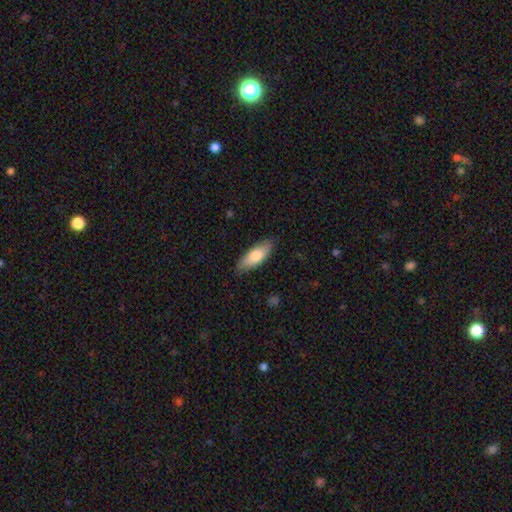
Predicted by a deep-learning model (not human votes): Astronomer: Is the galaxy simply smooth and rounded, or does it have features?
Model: smooth — 76%.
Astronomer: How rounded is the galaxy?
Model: in between — 66%.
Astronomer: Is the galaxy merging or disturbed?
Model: none — 83%.